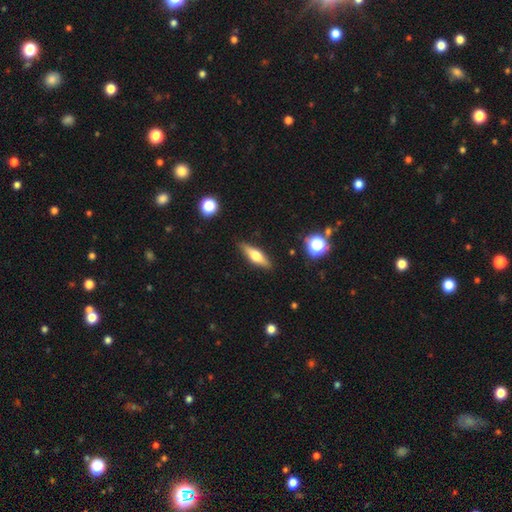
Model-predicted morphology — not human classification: Smooth or featured: featured or disk — 47% (smooth — 46%)
Merging: none — 88% (minor disturbance — 9%)